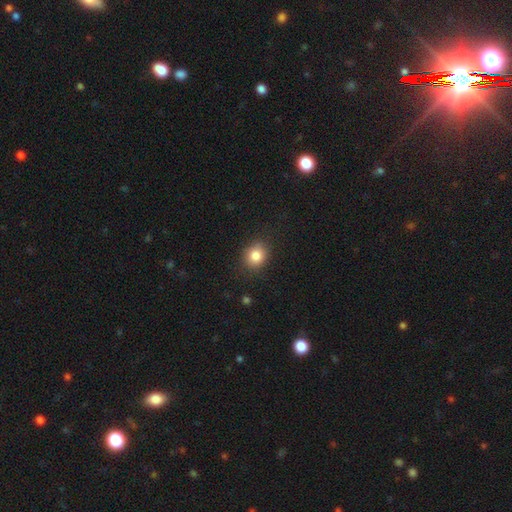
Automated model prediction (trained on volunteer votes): This is clearly a smooth galaxy (84%). How rounded: likely round (68%). Merging: clearly none (83%).